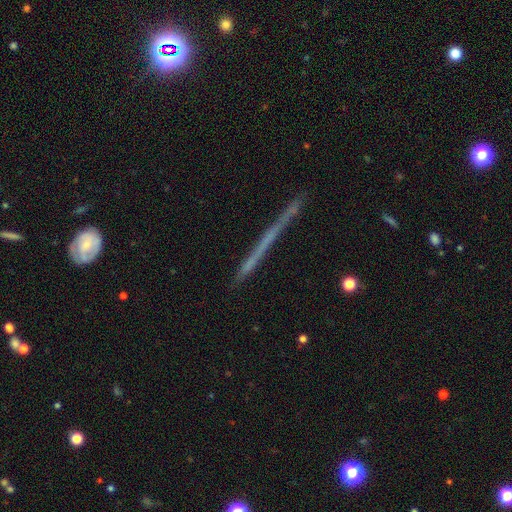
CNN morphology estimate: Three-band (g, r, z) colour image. It shows a featured or disk galaxy (52%) viewed edge-on (94%). Merging: none (82%).